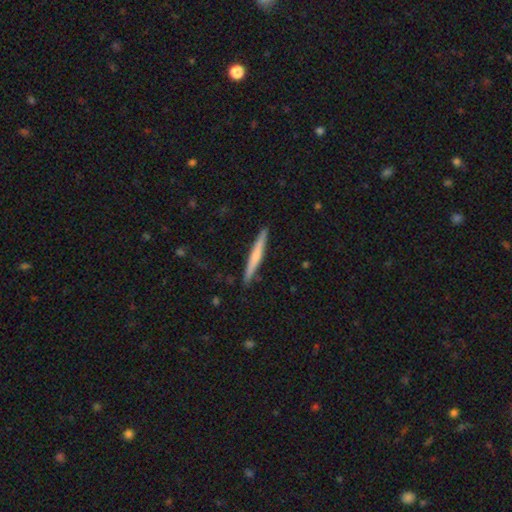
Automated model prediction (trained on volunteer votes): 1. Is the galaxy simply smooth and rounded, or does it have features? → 49% smooth, 46% featured or disk, 6% star or artifact.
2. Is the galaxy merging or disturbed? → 90% none, 7% minor disturbance, 1% major disturbance, 1% merger.